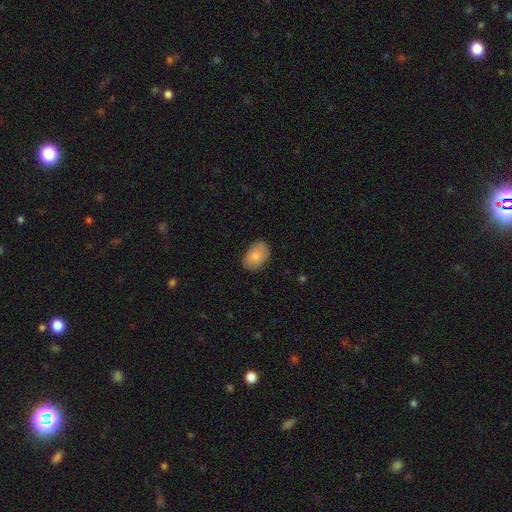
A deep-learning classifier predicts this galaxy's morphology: Smooth or featured: smooth — 84% (featured or disk — 10%)
How rounded: in between — 87% (round — 12%)
Merging: none — 82% (minor disturbance — 14%)